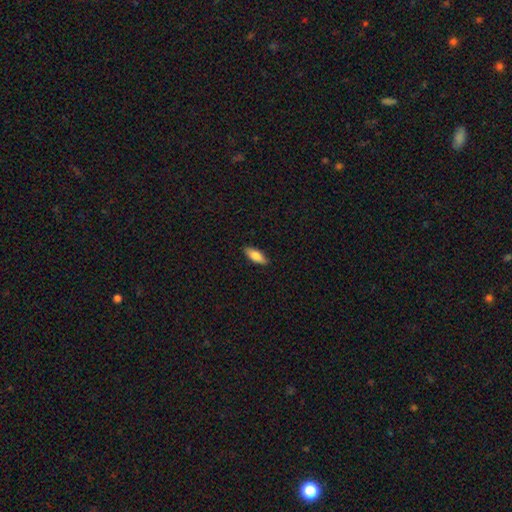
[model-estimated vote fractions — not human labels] Smooth or featured? Predicted: smooth (p=0.79). How rounded? Predicted: in between (p=0.72). Merging? Predicted: none (p=0.88).